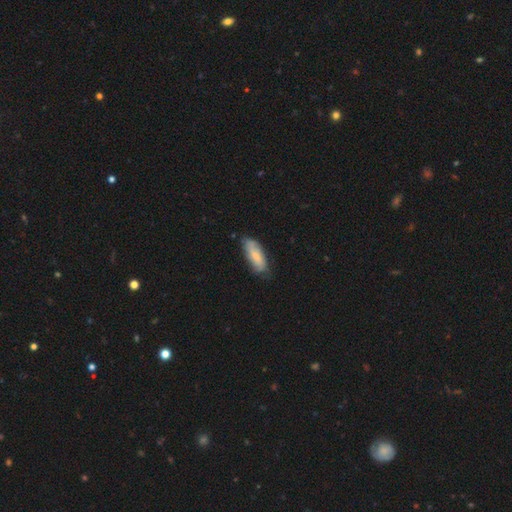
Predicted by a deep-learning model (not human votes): Q: Smooth or featured?
A: smooth (60%); runner-up: featured or disk (33%)
Q: How rounded?
A: in between (71%); runner-up: cigar-shaped (27%)
Q: Merging?
A: none (67%); runner-up: minor disturbance (26%)